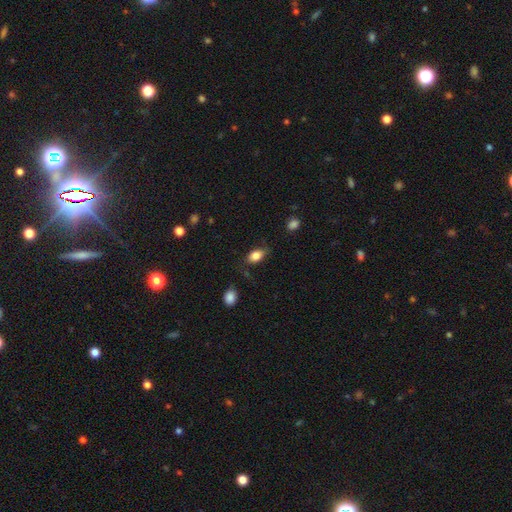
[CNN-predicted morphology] Q: Smooth or featured?
A: smooth (83%); runner-up: featured or disk (9%)
Q: How rounded?
A: in between (85%); runner-up: round (13%)
Q: Merging?
A: none (73%); runner-up: minor disturbance (20%)